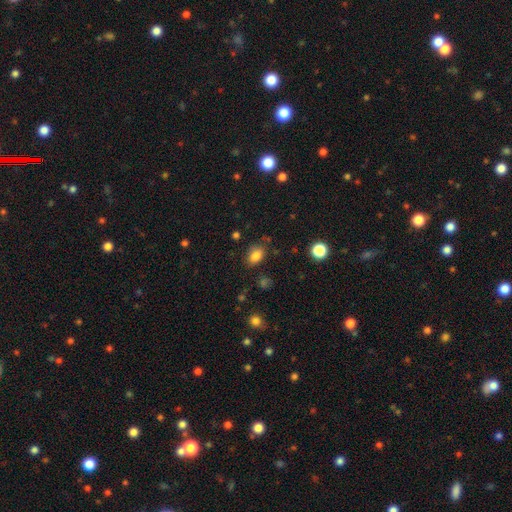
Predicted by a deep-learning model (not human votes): This is clearly a smooth galaxy (83%). How rounded: likely in between (75%). Merging: likely none (78%).